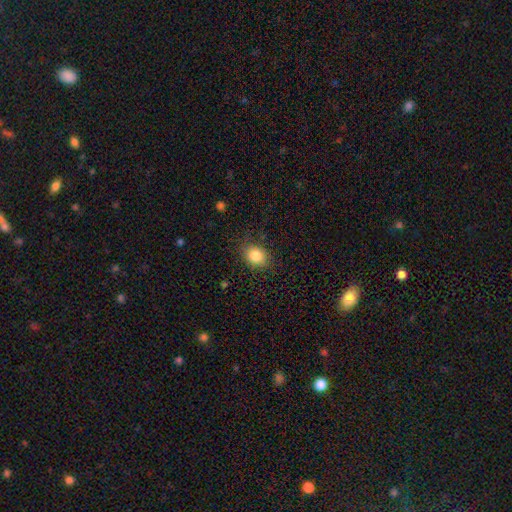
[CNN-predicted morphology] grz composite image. It shows a smooth galaxy with no disk features (85%) that is round (53%). Merging: none (79%).